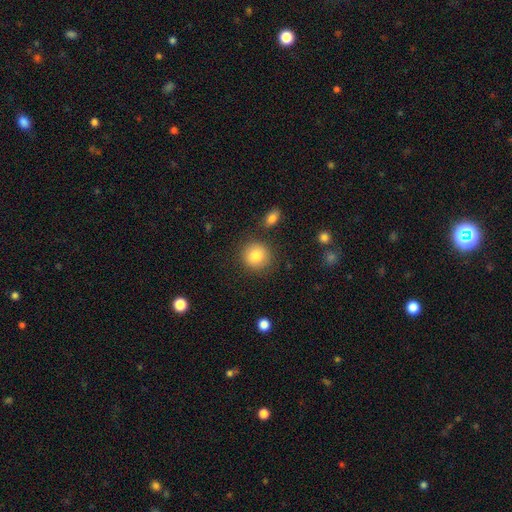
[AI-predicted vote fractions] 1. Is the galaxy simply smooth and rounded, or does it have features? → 84% smooth, 8% star or artifact, 8% featured or disk.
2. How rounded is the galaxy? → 89% round, 10% in between, 1% cigar-shaped.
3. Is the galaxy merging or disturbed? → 84% none, 9% minor disturbance, 4% merger, 3% major disturbance.